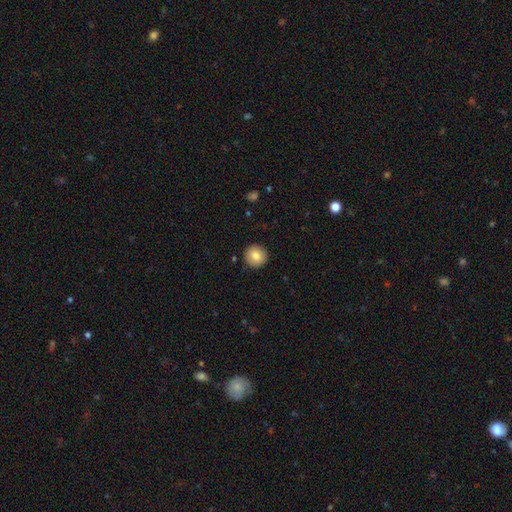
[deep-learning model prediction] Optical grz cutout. It shows a smooth galaxy with no disk features (83%) that is round (95%). Merging: none (91%).